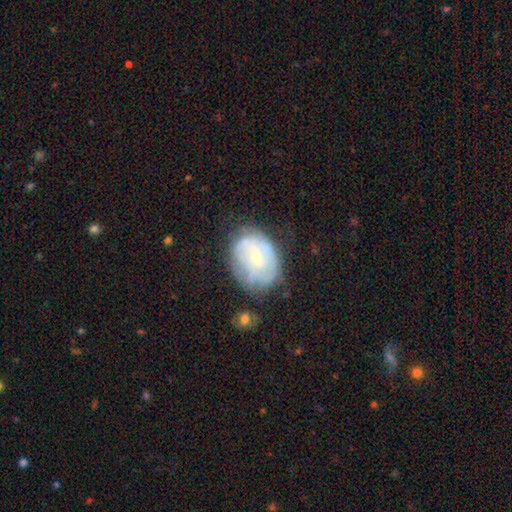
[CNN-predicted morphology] Q: Smooth or featured?
A: featured or disk (62%); runner-up: smooth (31%)
Q: Edge-on disk?
A: no (97%); runner-up: yes (3%)
Q: Bar?
A: no (70%); runner-up: weak (25%)
Q: Spiral arms?
A: yes (55%); runner-up: no (45%)
Q: Bulge size?
A: small (67%); runner-up: moderate (28%)
Q: Merging?
A: none (55%); runner-up: minor disturbance (27%)